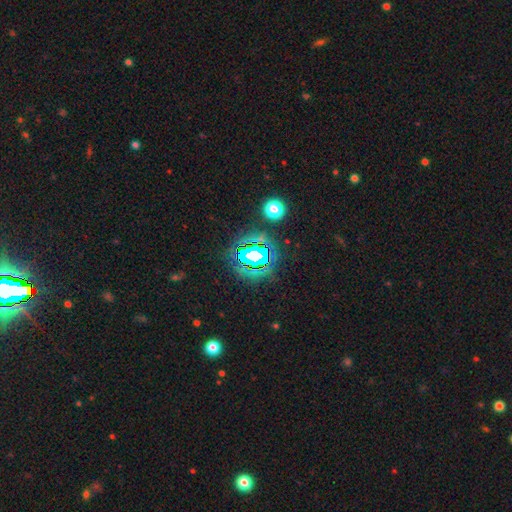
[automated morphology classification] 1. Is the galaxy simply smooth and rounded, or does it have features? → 75% star or artifact, 15% smooth, 10% featured or disk.